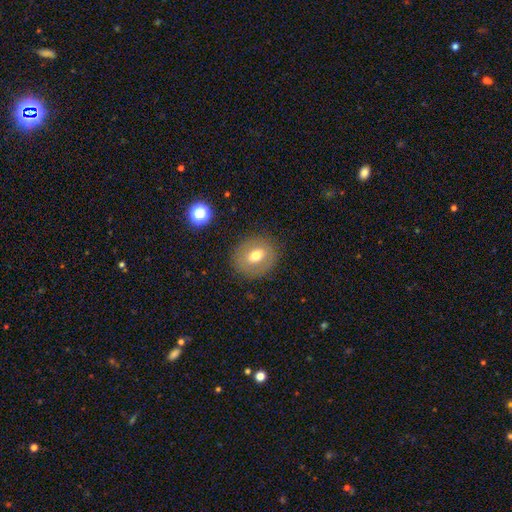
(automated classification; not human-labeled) smooth-or-featured: smooth: 64% | featured or disk: 25% | star or artifact: 11%
  how-rounded: round: 65% | in between: 34% | cigar-shaped: 1%
  merging: none: 85% | minor disturbance: 10% | major disturbance: 4% | merger: 1%